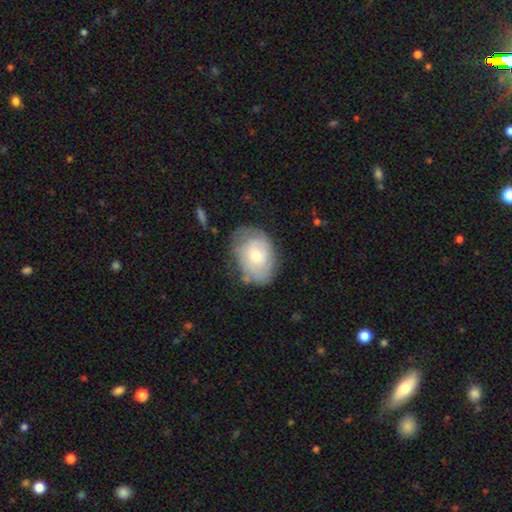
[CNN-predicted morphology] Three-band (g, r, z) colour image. It shows a smooth galaxy with no disk features (51%) that is in between round and cigar-shaped (70%). Merging: none (61%).